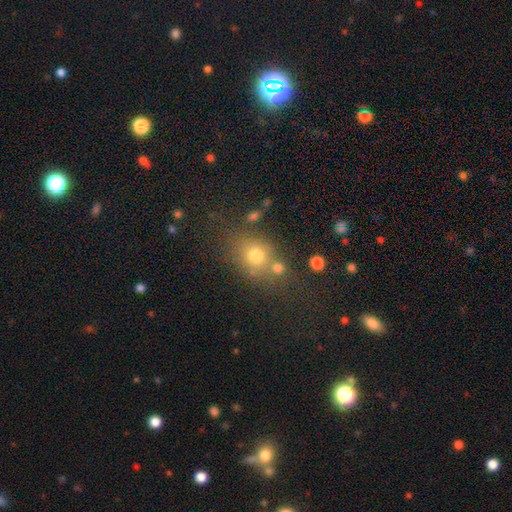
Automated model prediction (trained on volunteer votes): Overall: smooth (71%). How rounded: round (60%; in between 38%). Merging: none (63%).